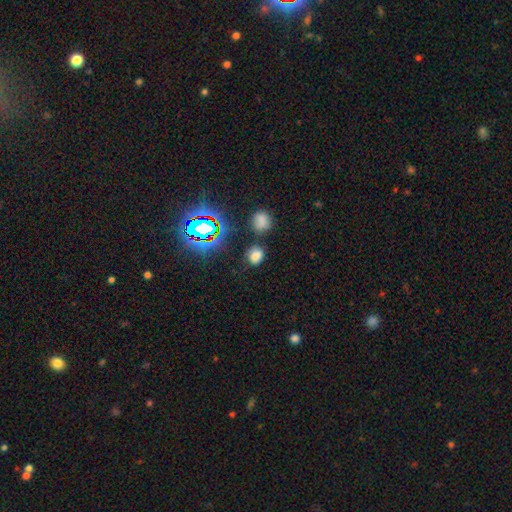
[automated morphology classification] Overall: smooth (70%). How rounded: round (50%; in between 49%). Merging: none (74%).